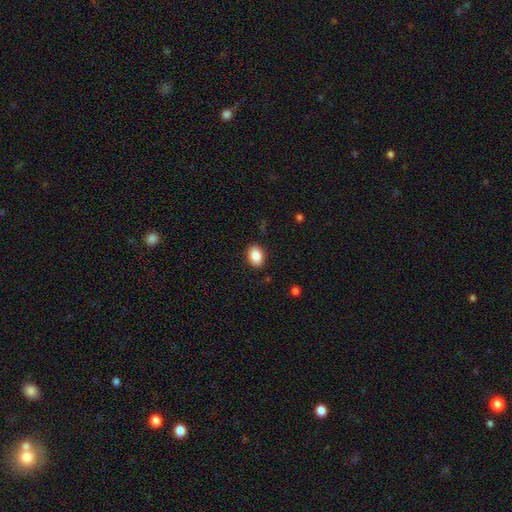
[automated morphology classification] smooth-or-featured: smooth: 87% | star or artifact: 8% | featured or disk: 6%
  how-rounded: in between: 76% | round: 23% | cigar-shaped: 1%
  merging: none: 89% | minor disturbance: 8% | major disturbance: 2% | merger: 1%